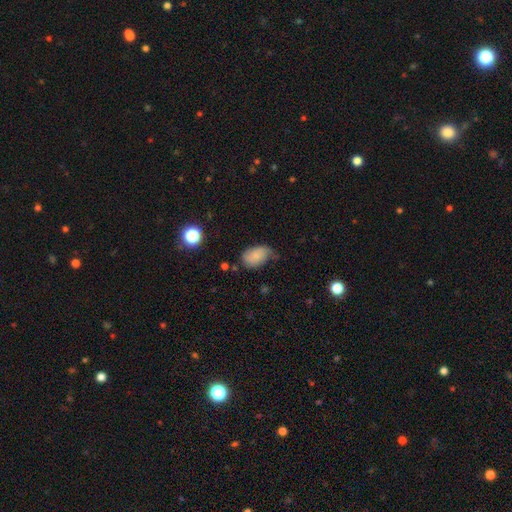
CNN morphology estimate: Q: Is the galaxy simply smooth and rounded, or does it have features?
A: smooth — 78%.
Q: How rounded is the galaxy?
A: in between — 89%.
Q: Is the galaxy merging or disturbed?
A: none — 46%.